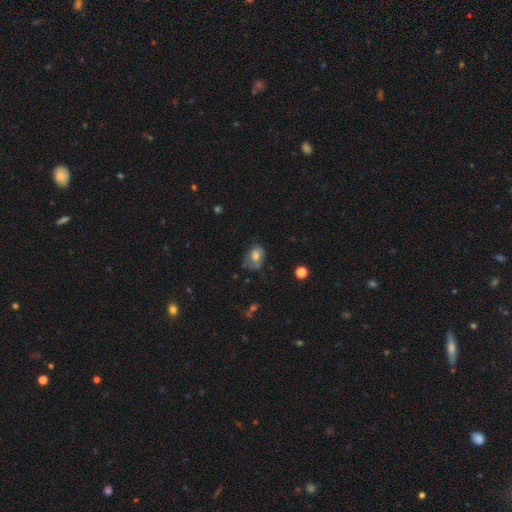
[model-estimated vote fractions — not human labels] smooth 64%, featured or disk 26%, star or artifact 10%. Down the decision tree: how rounded — in between (68%); merging — none (49%).